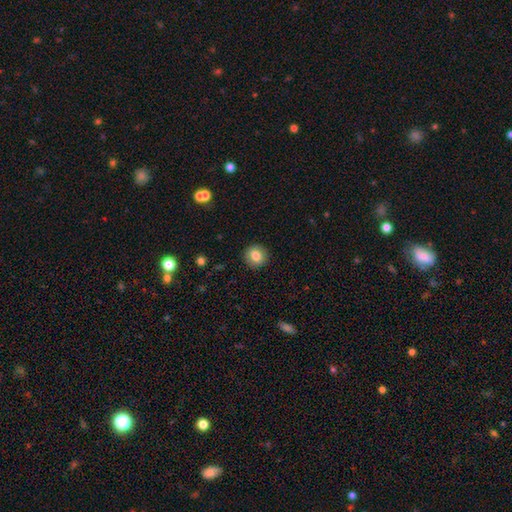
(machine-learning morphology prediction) Smooth or featured? Predicted: smooth (p=0.82). How rounded? Predicted: round (p=0.90). Merging? Predicted: none (p=0.91).